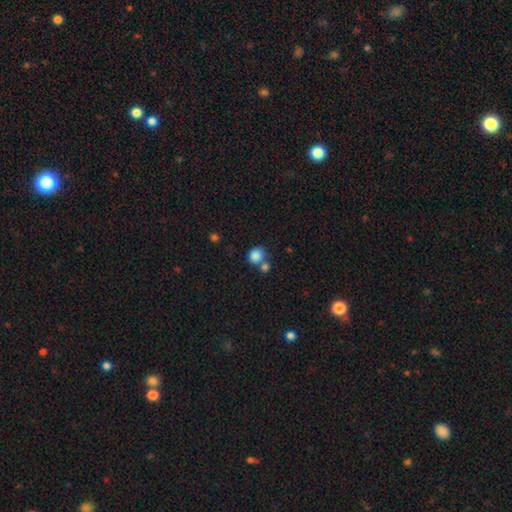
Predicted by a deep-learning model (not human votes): A smooth galaxy with no disk features (85%) that is round (72%). Merging: none (51%).